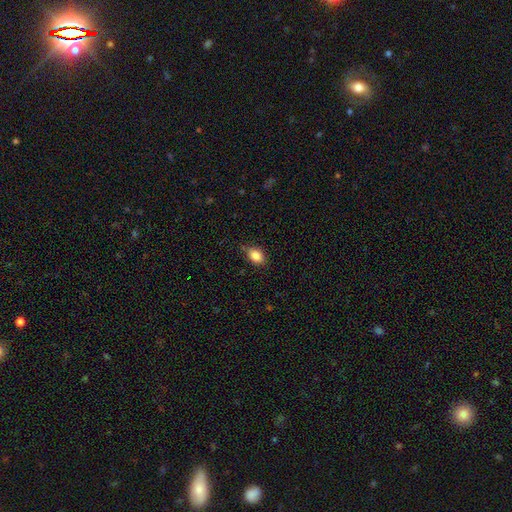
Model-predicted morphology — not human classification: type=smooth (85%); roundness=in between (75%); merging=none (73%).